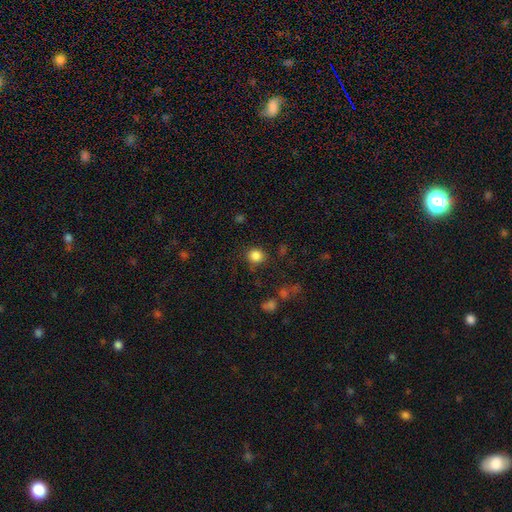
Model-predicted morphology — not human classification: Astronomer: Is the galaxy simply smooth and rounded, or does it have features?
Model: smooth — 84%.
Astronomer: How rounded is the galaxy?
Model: round — 86%.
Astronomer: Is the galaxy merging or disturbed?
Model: none — 84%.